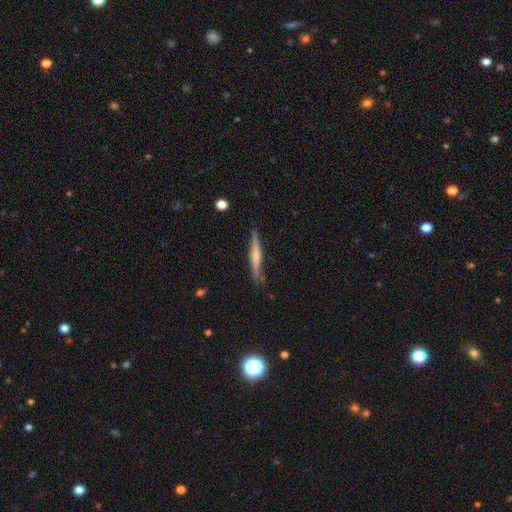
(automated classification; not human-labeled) Smooth or featured?
  - featured or disk: 54% *
  - smooth: 40%
  - star or artifact: 6%
Edge-on disk?
  - yes: 97% *
  - no: 3%
Edge-on bulge?
  - rounded: 45% *
  - none: 35%
  - boxy: 20%
Merging?
  - none: 83% *
  - minor disturbance: 13%
  - major disturbance: 2%
  - merger: 2%